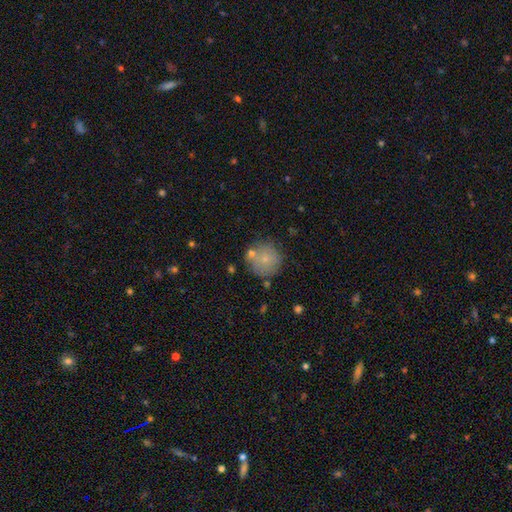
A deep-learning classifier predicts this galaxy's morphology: This appears to be a smooth galaxy with no disk features (73%) that is round (93%). Merging: none (69%).